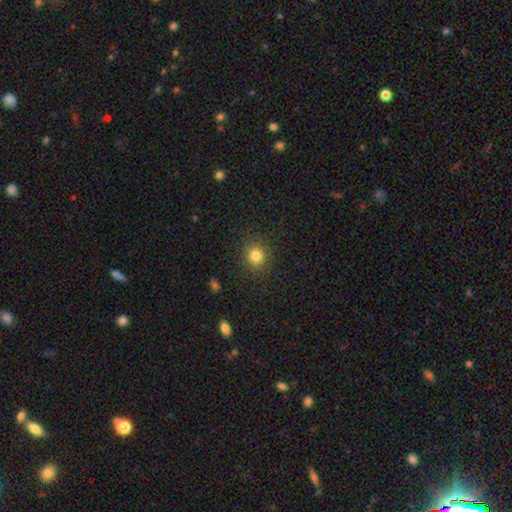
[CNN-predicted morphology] Smooth or featured? smooth (81%)
How rounded? round (87%)
Merging? none (88%)